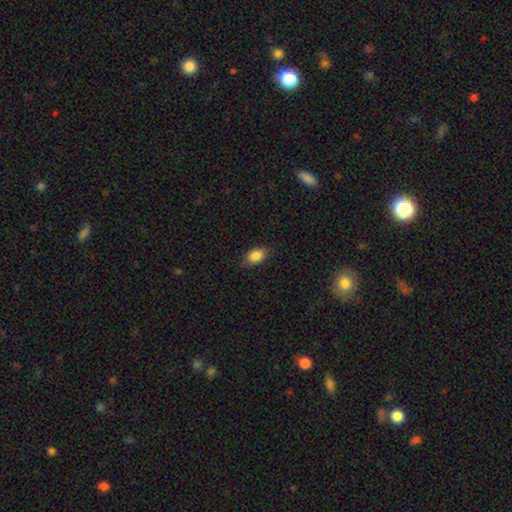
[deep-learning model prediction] Smooth or featured? Predicted: smooth (p=0.86). How rounded? Predicted: in between (p=0.80). Merging? Predicted: none (p=0.81).